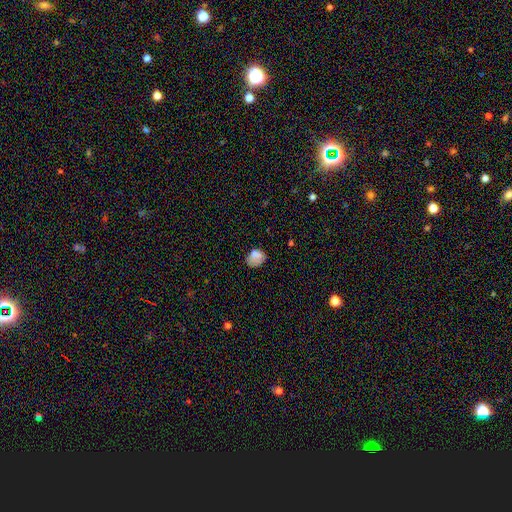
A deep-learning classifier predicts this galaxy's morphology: A smooth galaxy with no disk features (73%) that is in between round and cigar-shaped (57%). Merging: none (59%).